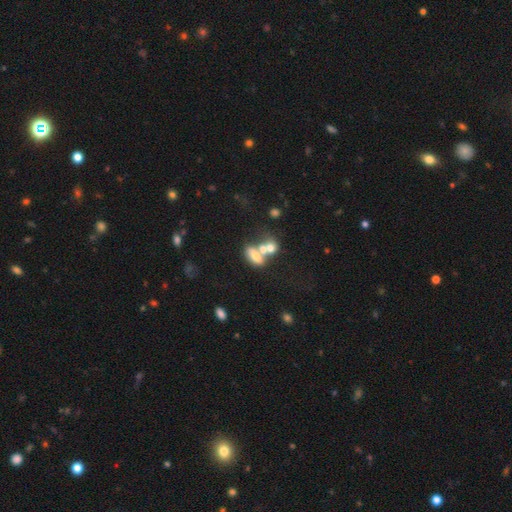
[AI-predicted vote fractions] smooth-or-featured: smooth: 63% | featured or disk: 25% | star or artifact: 12%
  how-rounded: in between: 78% | round: 13% | cigar-shaped: 9%
  merging: merger: 56% | none: 26% | minor disturbance: 10% | major disturbance: 8%